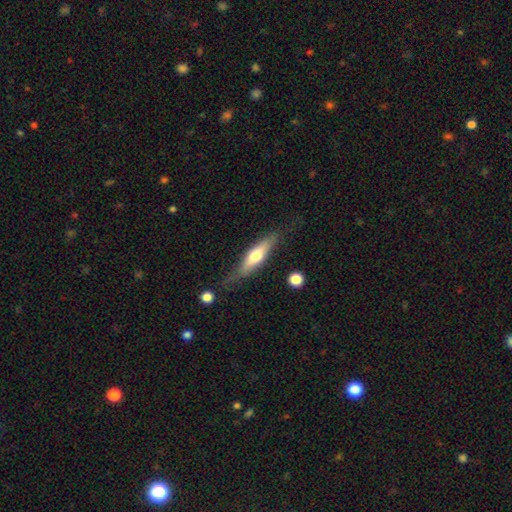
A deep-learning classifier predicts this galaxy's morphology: smooth-or-featured: featured or disk: 48% | smooth: 47% | star or artifact: 5%
  merging: none: 69% | minor disturbance: 21% | major disturbance: 7% | merger: 3%